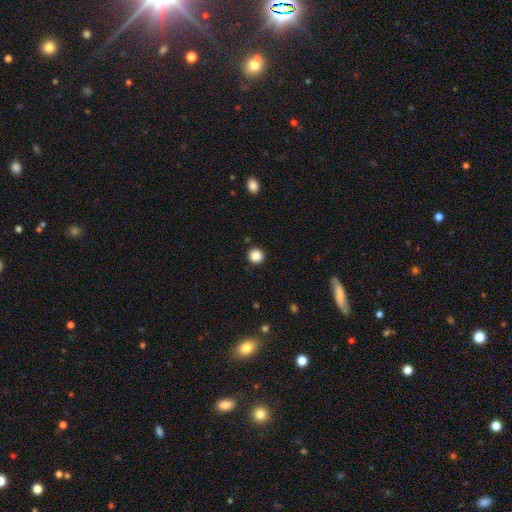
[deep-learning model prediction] Overall: smooth (87%). How rounded: round (94%). Merging: none (92%).